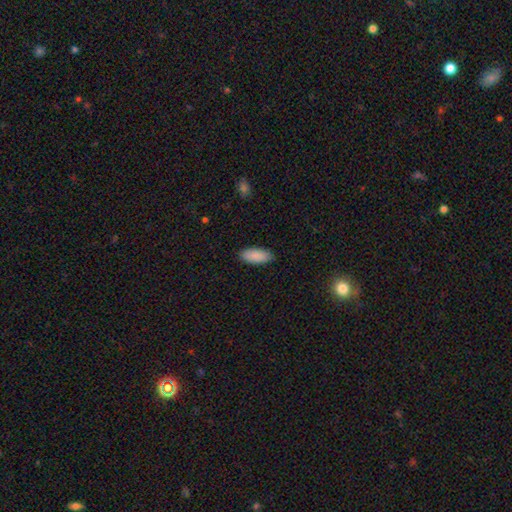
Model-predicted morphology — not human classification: The model was most divided on "how rounded": in between: 85%, cigar-shaped: 13%, round: 2%. More confident: smooth or featured — smooth (90%); merging — none (89%).